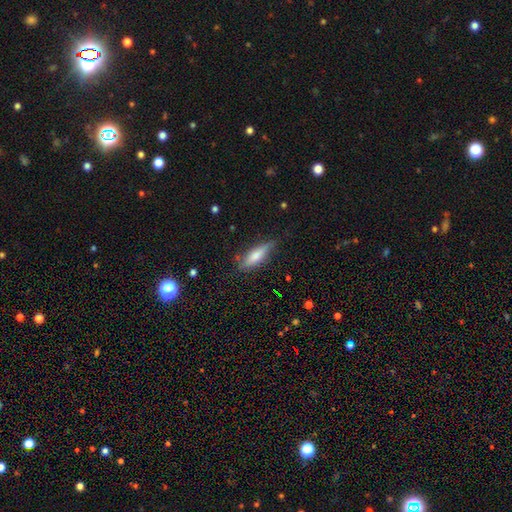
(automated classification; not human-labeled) Smooth or featured: smooth — 56% (featured or disk — 37%)
How rounded: cigar-shaped — 56% (in between — 41%)
Merging: none — 72% (minor disturbance — 21%)